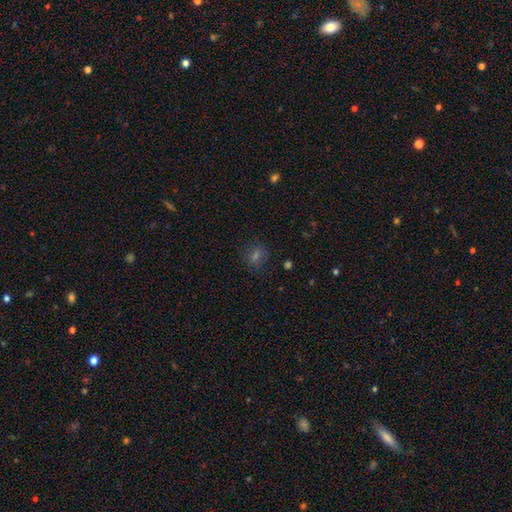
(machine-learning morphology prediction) A smooth galaxy with no disk features (56%) that is round (71%). Merging: none (84%).